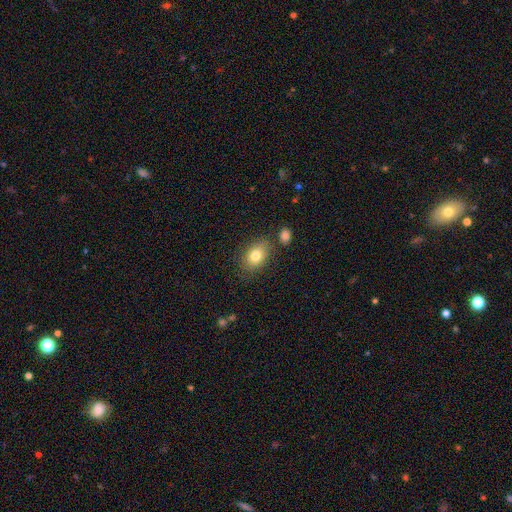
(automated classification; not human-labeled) A smooth galaxy with no disk features (80%) that is in between round and cigar-shaped (80%).

Vote fractions:
- Smooth or featured? smooth: 80% / featured or disk: 12% / star or artifact: 9%
- How rounded? in between: 80% / round: 18% / cigar-shaped: 1%
- Merging? none: 77% / minor disturbance: 14% / merger: 5% / major disturbance: 4%